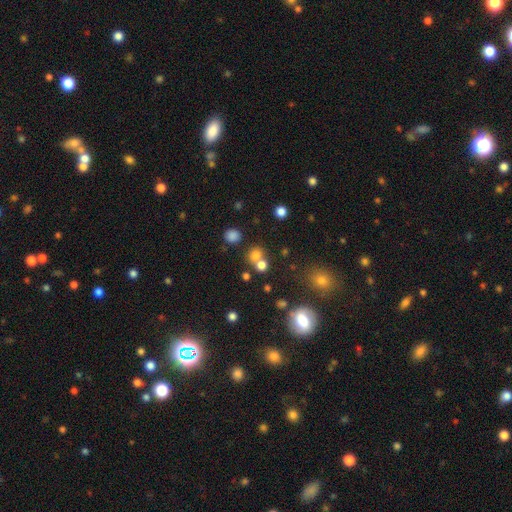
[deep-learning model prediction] Smooth or featured: smooth — 72% (star or artifact — 19%)
How rounded: round — 81% (in between — 18%)
Merging: none — 53% (merger — 35%)